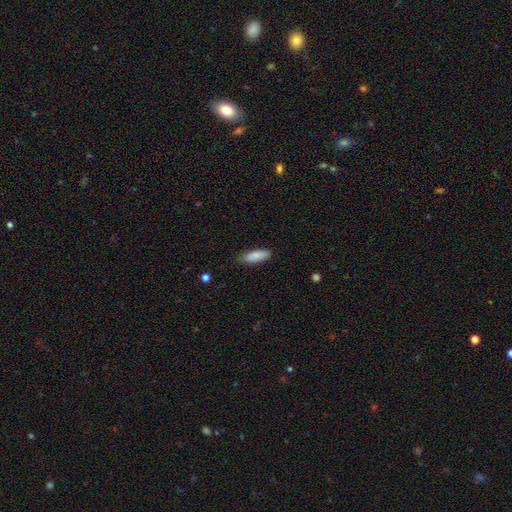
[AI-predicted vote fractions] Overall: smooth (86%). How rounded: in between (67%; cigar-shaped 31%). Merging: none (80%).